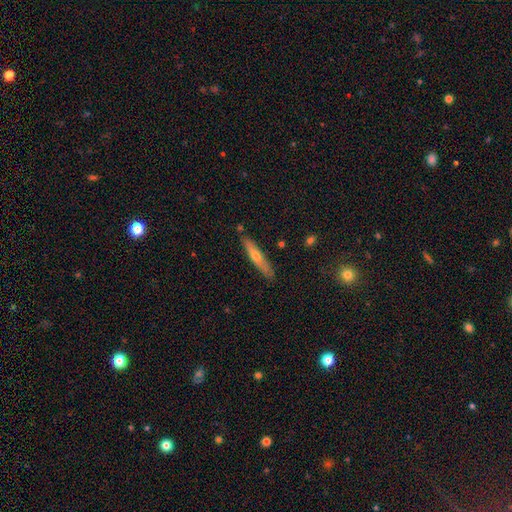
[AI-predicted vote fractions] Overall: smooth (47%; featured or disk 46%). Merging: none (84%).